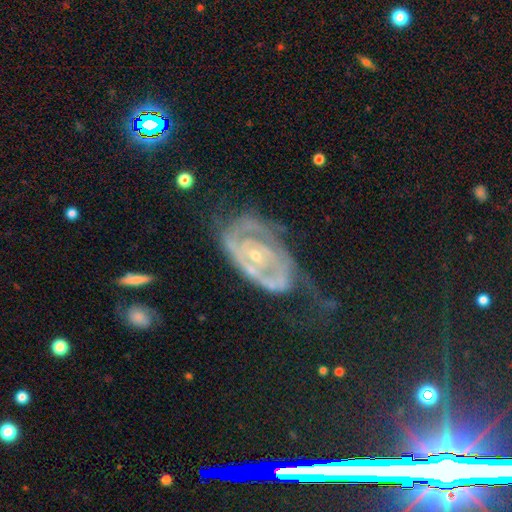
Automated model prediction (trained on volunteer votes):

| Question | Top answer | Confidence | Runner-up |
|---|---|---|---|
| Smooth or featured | featured or disk | 84% | smooth (10%) |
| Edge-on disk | no | 96% | yes (4%) |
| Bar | no | 72% | weak (20%) |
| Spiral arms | yes | 81% | no (19%) |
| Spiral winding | tight | 65% | medium (26%) |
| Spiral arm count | can't tell | 36% | 2 (35%) |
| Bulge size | small | 69% | moderate (28%) |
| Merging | none | 40% | major disturbance (30%) |